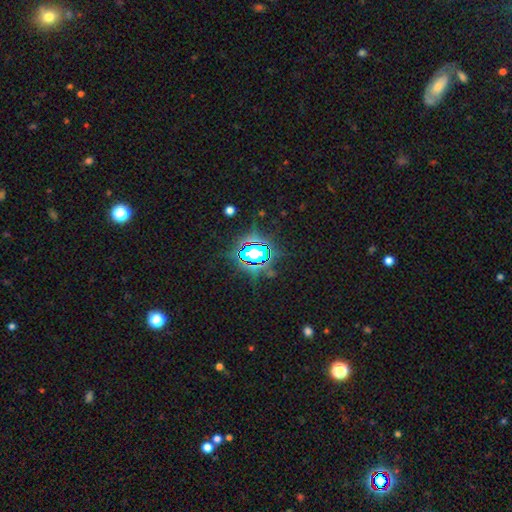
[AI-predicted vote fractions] Q: Smooth or featured?
A: star or artifact (73%); runner-up: smooth (16%)